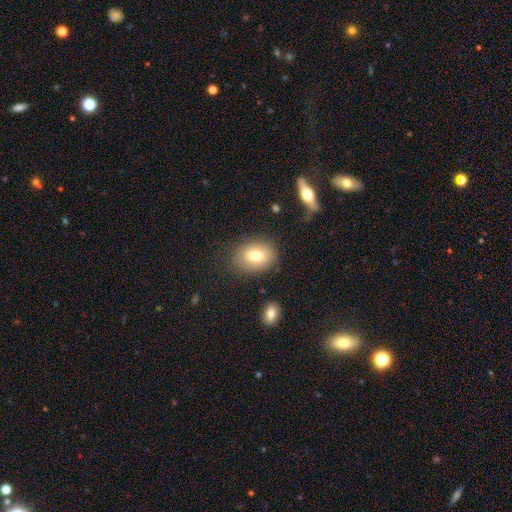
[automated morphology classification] Smooth or featured: smooth — 75% (featured or disk — 16%)
How rounded: in between — 70% (round — 29%)
Merging: none — 81% (minor disturbance — 12%)